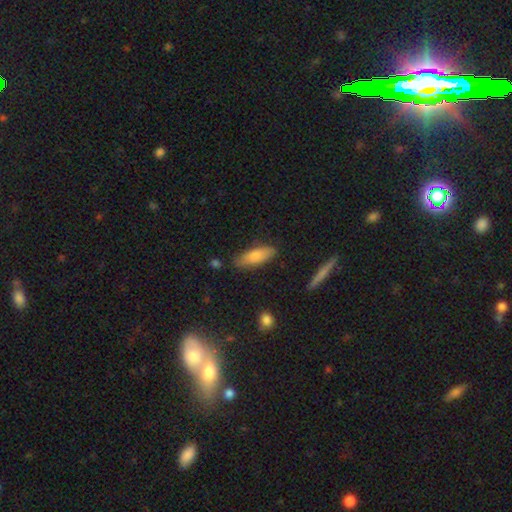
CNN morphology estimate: Smooth or featured?
  - smooth: 80% *
  - featured or disk: 13%
  - star or artifact: 6%
How rounded?
  - in between: 63% *
  - cigar-shaped: 35%
  - round: 2%
Merging?
  - none: 81% *
  - minor disturbance: 14%
  - major disturbance: 3%
  - merger: 2%